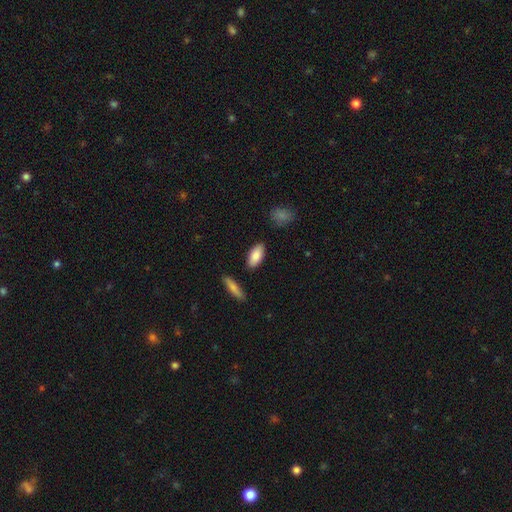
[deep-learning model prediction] Smooth or featured? Predicted: smooth (p=0.85). How rounded? Predicted: in between (p=0.87). Merging? Predicted: none (p=0.86).